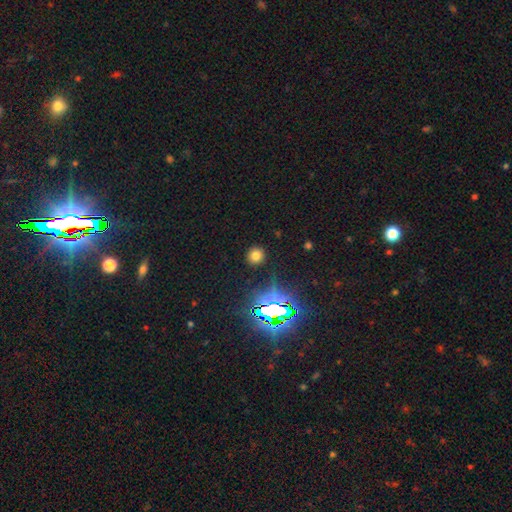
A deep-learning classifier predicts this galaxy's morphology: Smooth or featured?
  - smooth: 70% *
  - star or artifact: 24%
  - featured or disk: 7%
How rounded?
  - round: 88% *
  - in between: 11%
  - cigar-shaped: 1%
Merging?
  - none: 89% *
  - minor disturbance: 7%
  - major disturbance: 3%
  - merger: 2%